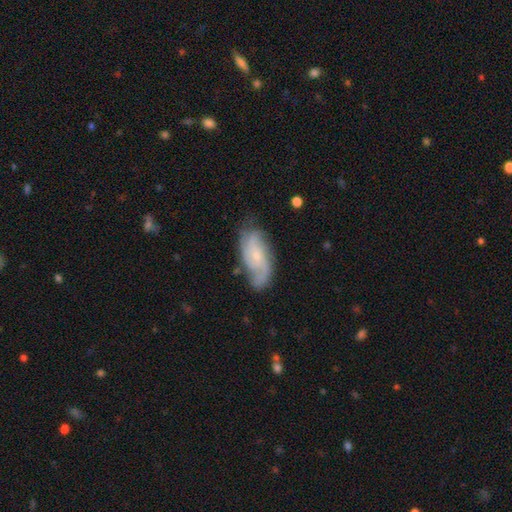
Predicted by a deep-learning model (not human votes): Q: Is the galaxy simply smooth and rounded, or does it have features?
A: featured or disk — 75%.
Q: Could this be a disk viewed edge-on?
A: no — 94%.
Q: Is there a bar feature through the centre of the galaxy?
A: no — 65%.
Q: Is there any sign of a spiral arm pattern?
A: yes — 95%.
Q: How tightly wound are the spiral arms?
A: medium — 44%.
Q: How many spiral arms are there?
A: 2 — 39%.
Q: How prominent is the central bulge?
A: small — 73%.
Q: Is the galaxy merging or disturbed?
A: none — 69%.